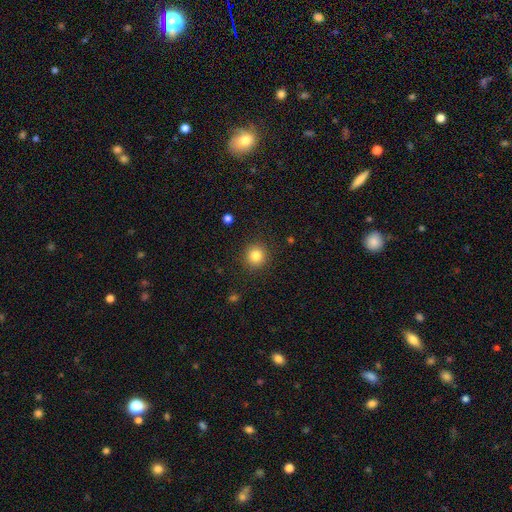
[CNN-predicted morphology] A smooth galaxy with no disk features (83%) that is round (92%). Merging: none (91%).